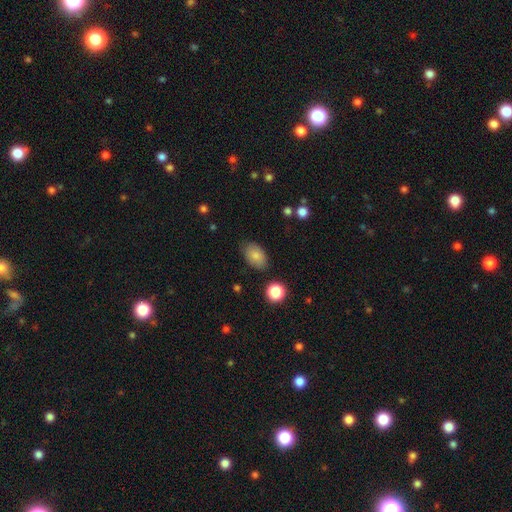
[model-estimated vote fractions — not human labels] Smooth or featured? smooth (83%)
How rounded? in between (90%)
Merging? none (81%)